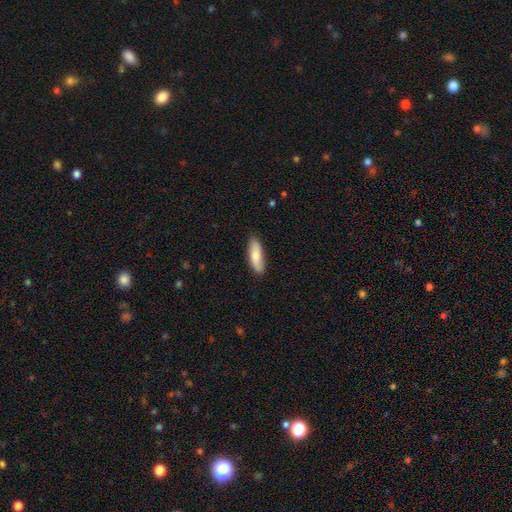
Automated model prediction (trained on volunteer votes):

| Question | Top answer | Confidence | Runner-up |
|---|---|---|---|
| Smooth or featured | smooth | 74% | featured or disk (21%) |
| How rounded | in between | 56% | cigar-shaped (42%) |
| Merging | none | 83% | minor disturbance (13%) |